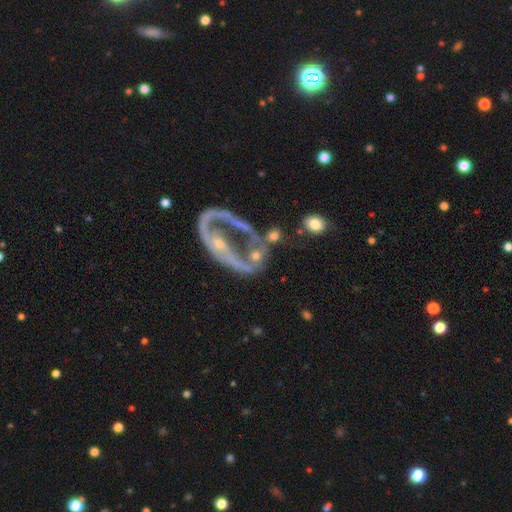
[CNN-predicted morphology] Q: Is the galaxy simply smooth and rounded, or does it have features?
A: featured or disk — 69%.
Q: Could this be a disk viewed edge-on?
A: no — 94%.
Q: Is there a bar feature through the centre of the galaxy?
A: no — 65%.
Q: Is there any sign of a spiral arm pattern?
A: no — 53%.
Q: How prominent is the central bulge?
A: small — 54%.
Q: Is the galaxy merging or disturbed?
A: major disturbance — 35%.